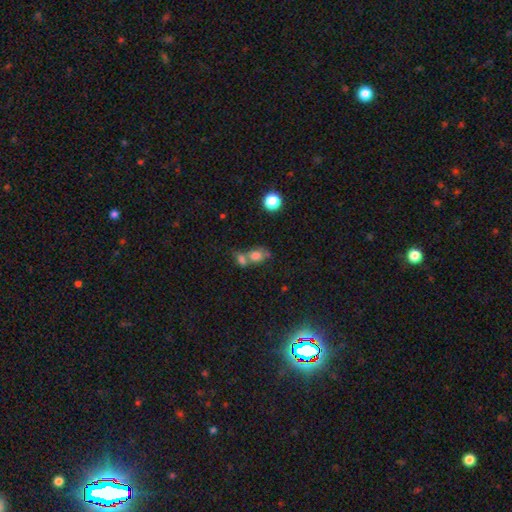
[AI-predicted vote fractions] A smooth galaxy with no disk features (73%) that is in between round and cigar-shaped (66%).

Vote fractions:
- Smooth or featured? smooth: 73% / featured or disk: 14% / star or artifact: 13%
- How rounded? in between: 66% / round: 31% / cigar-shaped: 3%
- Merging? merger: 60% / none: 24% / minor disturbance: 9% / major disturbance: 7%